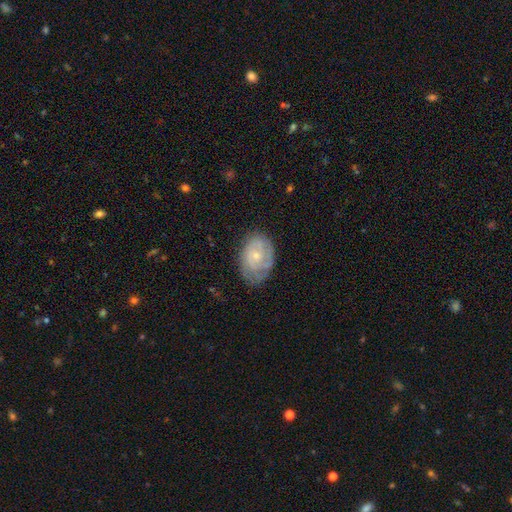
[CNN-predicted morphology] A featured or disk galaxy (67%) with no bar (77%), tight (64%) spiral arms (84%) and a small central bulge (69%).

Vote fractions:
- Smooth or featured? featured or disk: 67% / smooth: 27% / star or artifact: 7%
- Edge-on disk? no: 96% / yes: 4%
- Bar? no: 77% / weak: 20% / strong: 3%
- Spiral arms? yes: 84% / no: 16%
- Spiral winding? tight: 64% / medium: 27% / loose: 9%
- Spiral arm count? can't tell: 41% / 2: 32% / 3: 12% / 1: 8% / 4: 4% / more than 4: 3%
- Bulge size? small: 69% / moderate: 27% / none: 2% / large: 1% / dominant: 1%
- Merging? none: 63% / minor disturbance: 26% / major disturbance: 10% / merger: 1%